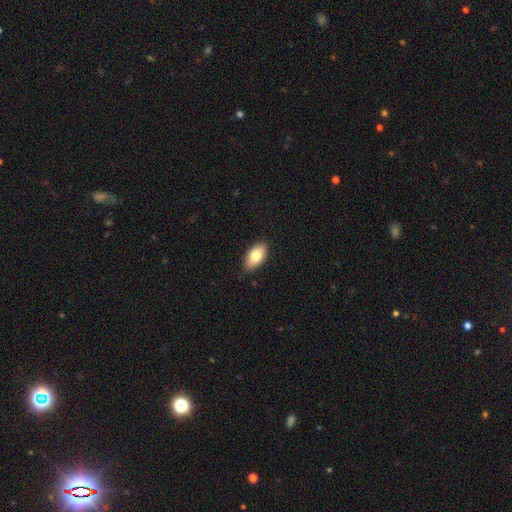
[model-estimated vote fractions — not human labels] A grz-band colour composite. It shows a smooth galaxy with no disk features (77%) that is in between round and cigar-shaped (92%). Merging: none (86%).